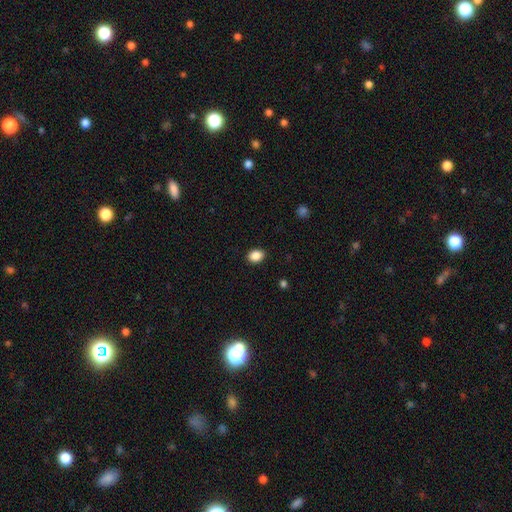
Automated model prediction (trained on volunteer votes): A smooth galaxy with no disk features (88%) that is in between round and cigar-shaped (68%).

Vote fractions:
- Smooth or featured? smooth: 88% / star or artifact: 9% / featured or disk: 3%
- How rounded? in between: 68% / round: 31% / cigar-shaped: 1%
- Merging? none: 90% / minor disturbance: 7% / major disturbance: 2% / merger: 1%